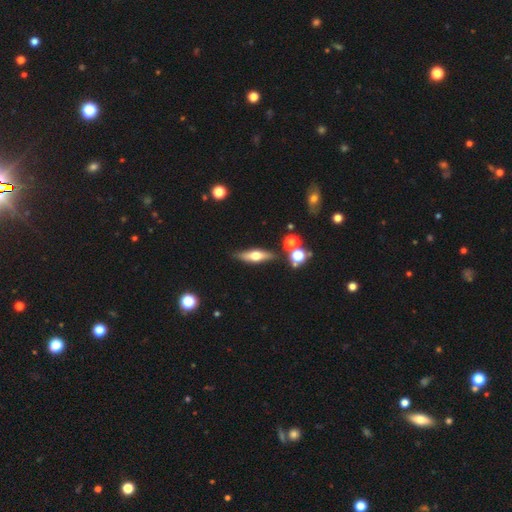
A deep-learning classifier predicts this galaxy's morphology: Q: Smooth or featured?
A: featured or disk (51%); runner-up: smooth (41%)
Q: Edge-on disk?
A: yes (88%); runner-up: no (12%)
Q: Merging?
A: none (81%); runner-up: minor disturbance (11%)